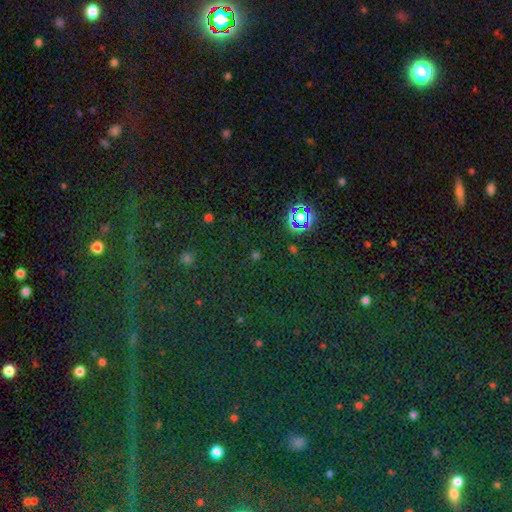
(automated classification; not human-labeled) Smooth or featured? star or artifact (67%)